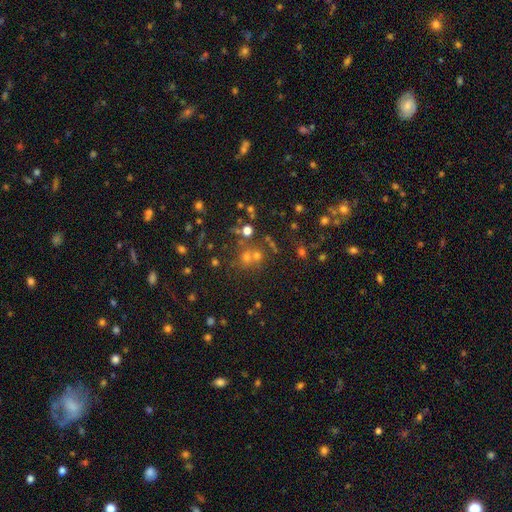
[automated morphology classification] Q: Smooth or featured?
A: smooth (44%); runner-up: star or artifact (43%)
Q: Merging?
A: none (60%); runner-up: merger (27%)